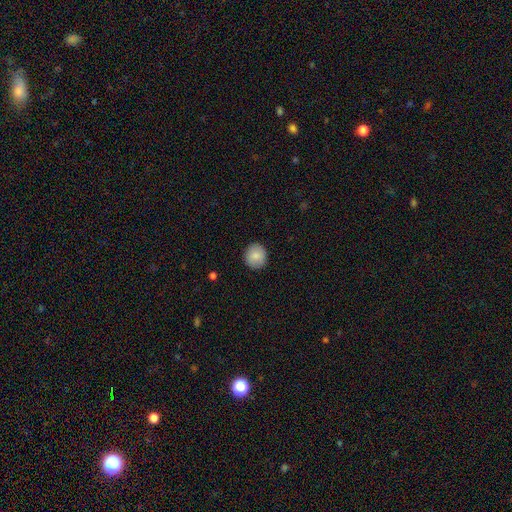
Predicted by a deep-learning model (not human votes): This is clearly a smooth galaxy (87%). How rounded: clearly round (88%). Merging: clearly none (90%).